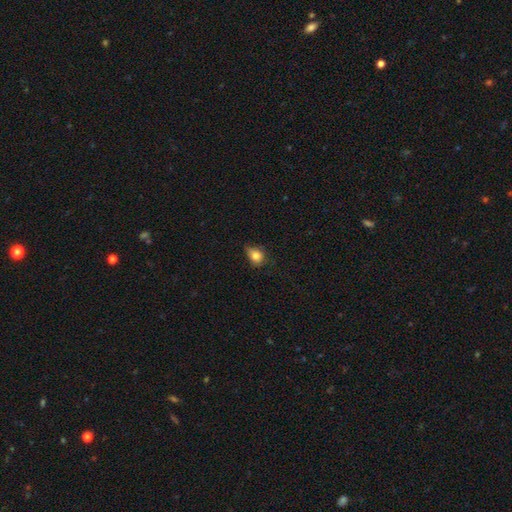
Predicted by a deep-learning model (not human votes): This is clearly a smooth galaxy (81%). How rounded: possibly round (51%). Merging: possibly none (53%).